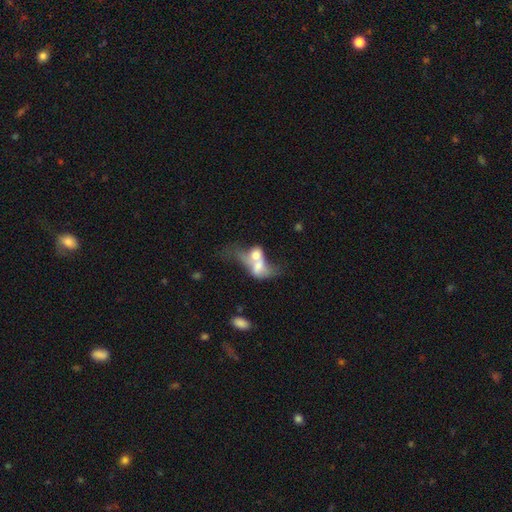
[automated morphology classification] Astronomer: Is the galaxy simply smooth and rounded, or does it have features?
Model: smooth — 52% (runner-up: featured or disk, 39%).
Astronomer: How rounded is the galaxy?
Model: in between — 70%.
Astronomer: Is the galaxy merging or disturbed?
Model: merger — 78%.